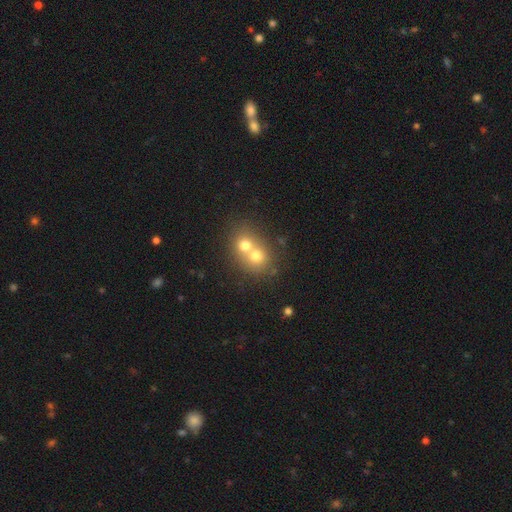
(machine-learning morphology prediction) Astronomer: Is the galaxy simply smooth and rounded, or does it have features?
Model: smooth — 67%.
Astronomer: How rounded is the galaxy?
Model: round — 73%.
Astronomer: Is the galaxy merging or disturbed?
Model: merger — 69%.